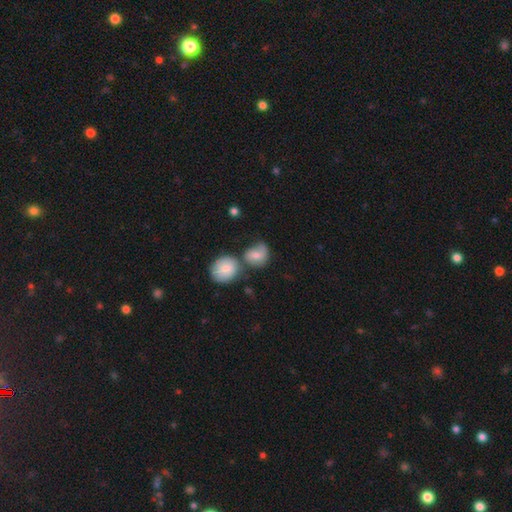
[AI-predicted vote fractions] Smooth or featured? Predicted: smooth (p=0.67). How rounded? Predicted: round (p=0.62). Merging? Predicted: none (p=0.40).